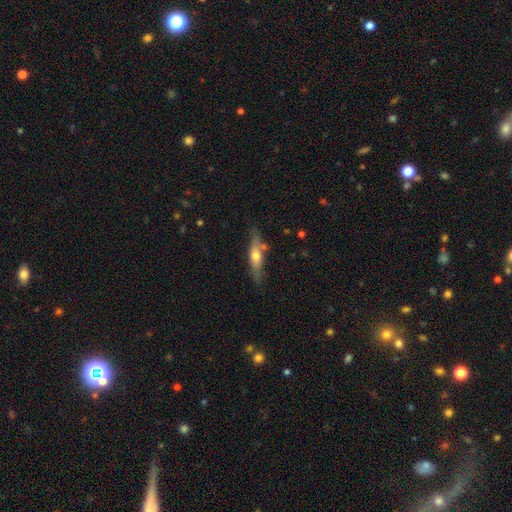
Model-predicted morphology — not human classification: A smooth galaxy with no disk features (48%).

Vote fractions:
- Smooth or featured? smooth: 48% / featured or disk: 46% / star or artifact: 6%
- Merging? none: 74% / minor disturbance: 16% / merger: 6% / major disturbance: 4%